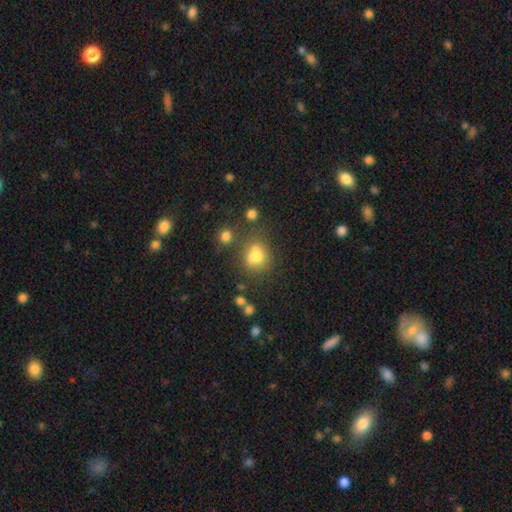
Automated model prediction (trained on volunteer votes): Smooth or featured: smooth — 73% (star or artifact — 15%)
How rounded: round — 67% (in between — 32%)
Merging: none — 50% (merger — 26%)